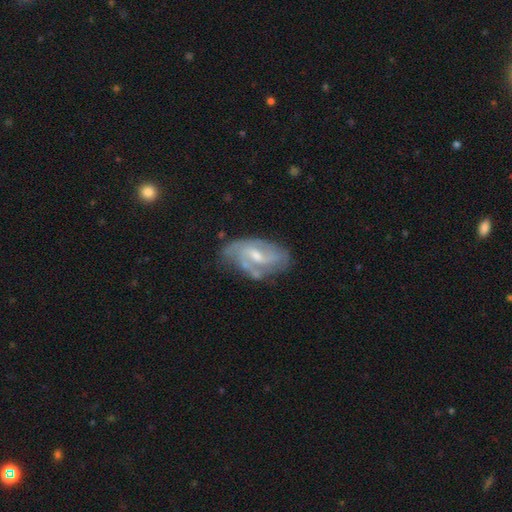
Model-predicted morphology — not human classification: Smooth or featured?
  - featured or disk: 78% *
  - smooth: 15%
  - star or artifact: 6%
Edge-on disk?
  - no: 96% *
  - yes: 4%
Bar?
  - weak: 57% *
  - no: 28%
  - strong: 14%
Spiral arms?
  - yes: 89% *
  - no: 11%
Spiral winding?
  - medium: 46% *
  - tight: 30%
  - loose: 23%
Spiral arm count?
  - 2: 54% *
  - can't tell: 23%
  - 3: 12%
  - 1: 6%
  - 4: 3%
  - more than 4: 2%
Bulge size?
  - moderate: 48% *
  - small: 44%
  - none: 4%
  - large: 2%
  - dominant: 1%
Merging?
  - none: 54% *
  - minor disturbance: 28%
  - major disturbance: 14%
  - merger: 5%